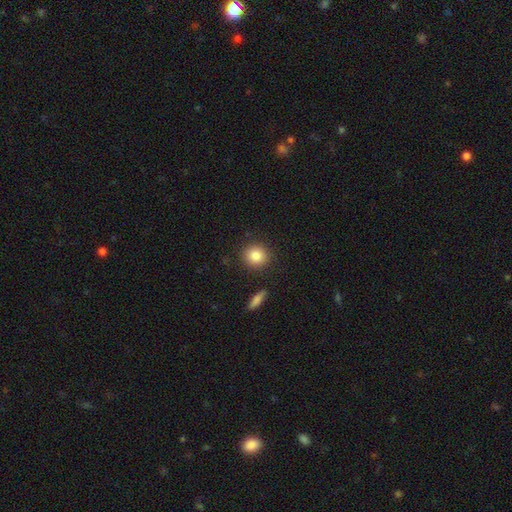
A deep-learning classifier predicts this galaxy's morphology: Q: Smooth or featured?
A: smooth (85%); runner-up: star or artifact (9%)
Q: How rounded?
A: round (86%); runner-up: in between (13%)
Q: Merging?
A: none (88%); runner-up: minor disturbance (7%)